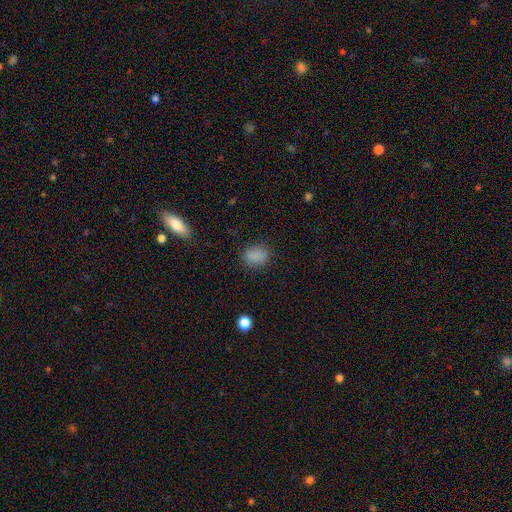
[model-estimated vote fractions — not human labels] smooth 85%, star or artifact 11%, featured or disk 4%. Down the decision tree: how rounded — in between (70%); merging — none (84%).